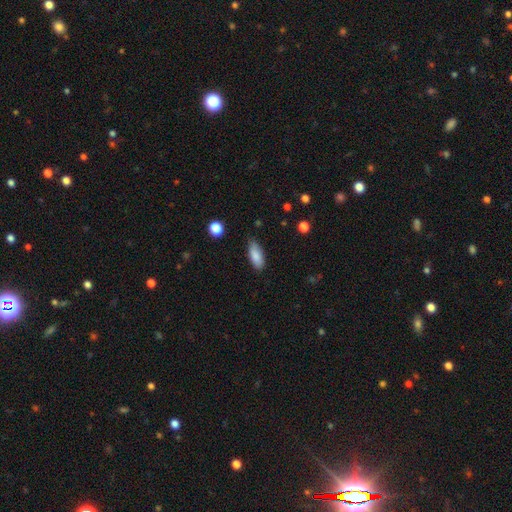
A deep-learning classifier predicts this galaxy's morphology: The model was most divided on "merging": none: 72%, minor disturbance: 23%, major disturbance: 4%, merger: 2%. More confident: smooth or featured — smooth (86%); how rounded — in between (80%).